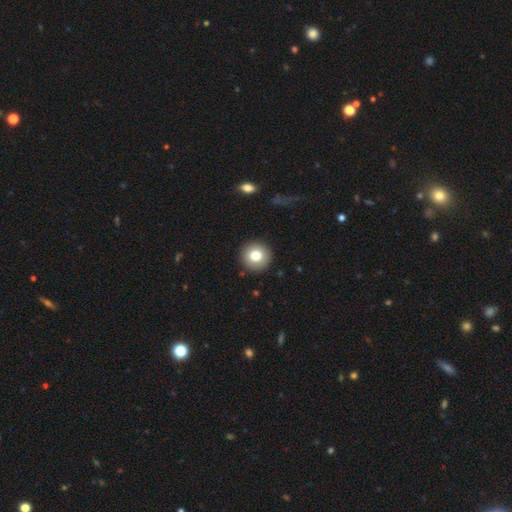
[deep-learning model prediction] Morphology: type=smooth (77%); roundness=round (95%); merging=none (92%).